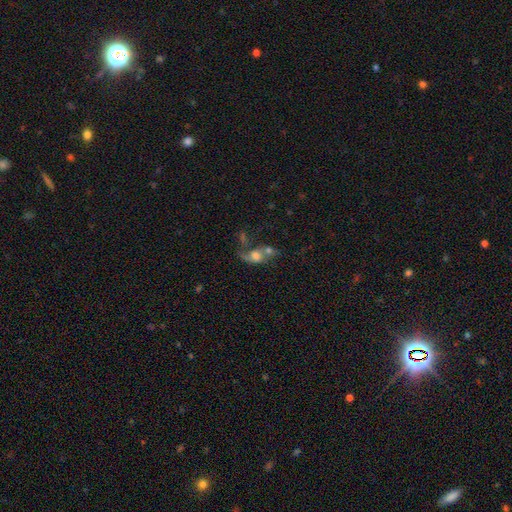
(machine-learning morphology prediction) This is possibly a smooth galaxy (46%). Merging: possibly merger (58%).